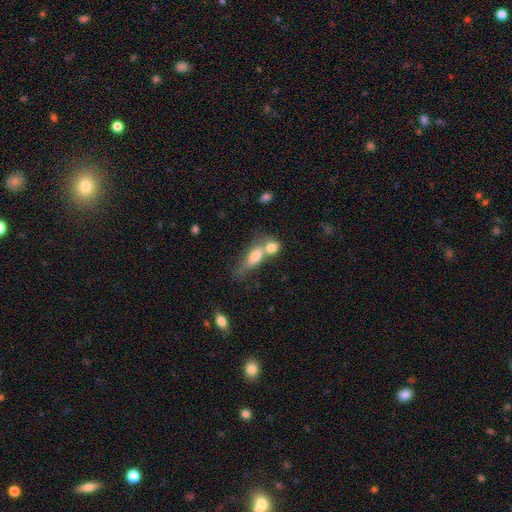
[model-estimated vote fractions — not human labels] The model was most divided on "merging": merger: 55%, none: 25%, minor disturbance: 11%, major disturbance: 8%. More confident: smooth or featured — smooth (68%); how rounded — in between (62%).